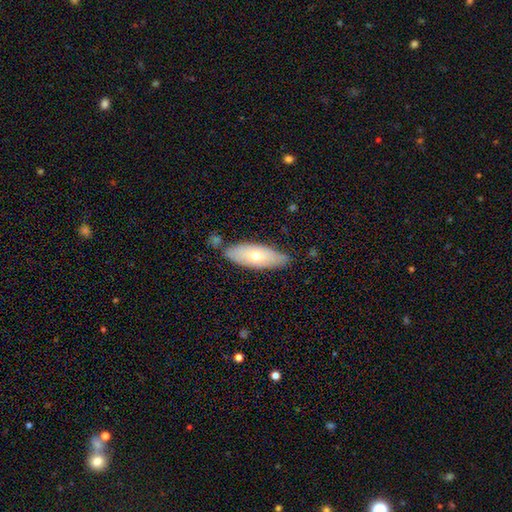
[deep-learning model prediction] This appears to be a smooth galaxy with no disk features (59%) that is in between round and cigar-shaped (69%). Merging: none (76%).